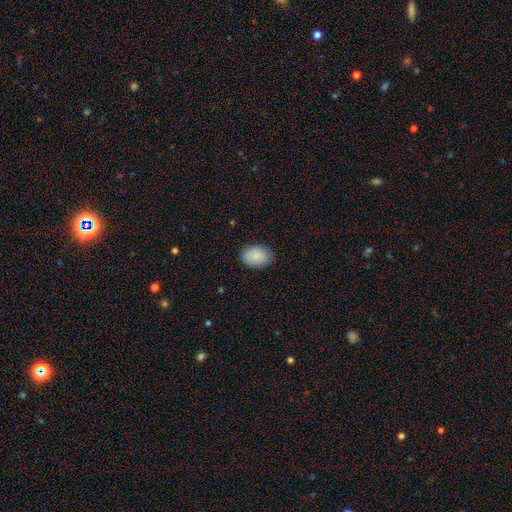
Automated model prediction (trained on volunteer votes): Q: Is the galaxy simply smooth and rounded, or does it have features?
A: smooth — 88%.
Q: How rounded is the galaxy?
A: in between — 81%.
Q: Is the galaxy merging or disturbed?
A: none — 86%.